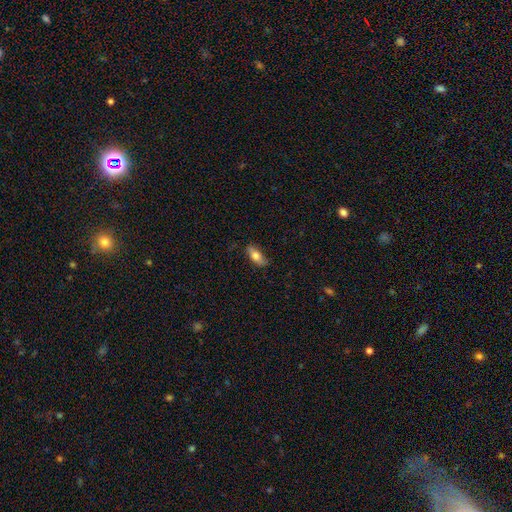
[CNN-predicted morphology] Smooth or featured: smooth — 71% (featured or disk — 22%)
How rounded: in between — 75% (cigar-shaped — 22%)
Merging: none — 77% (minor disturbance — 18%)